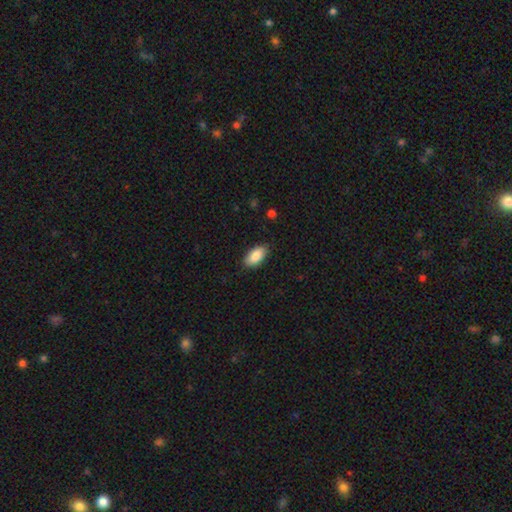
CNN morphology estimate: smooth 86%, featured or disk 7%, star or artifact 6%. Down the decision tree: how rounded — in between (92%); merging — none (86%).